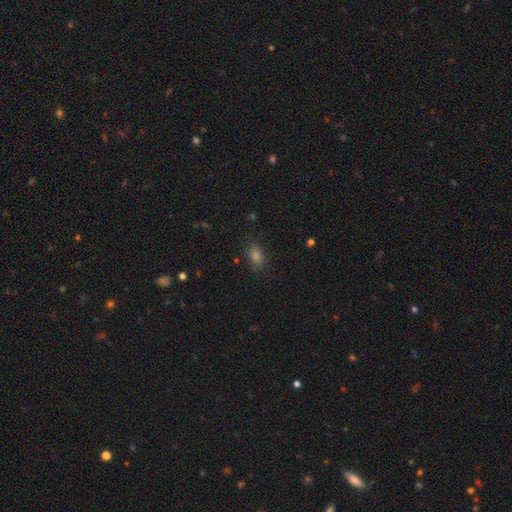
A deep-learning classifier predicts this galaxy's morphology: Overall: smooth (73%). How rounded: in between (80%). Merging: none (84%).